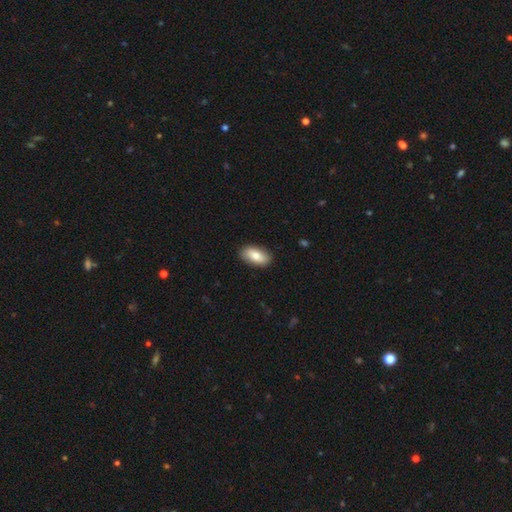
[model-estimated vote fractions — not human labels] smooth 78%, featured or disk 16%, star or artifact 6%. Down the decision tree: how rounded — in between (92%); merging — none (88%).